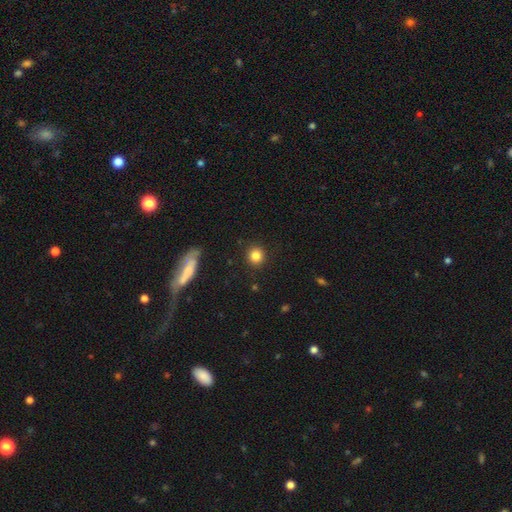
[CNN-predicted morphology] The model was most divided on "smooth or featured": smooth: 84%, star or artifact: 10%, featured or disk: 6%. More confident: merging — none (90%); how rounded — round (89%).